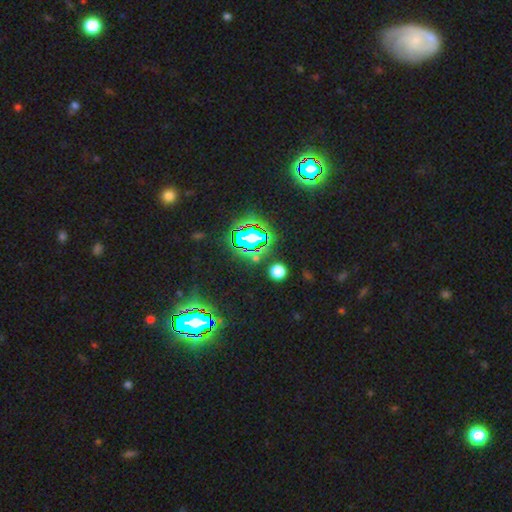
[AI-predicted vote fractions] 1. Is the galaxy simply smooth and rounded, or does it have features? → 72% star or artifact, 19% smooth, 8% featured or disk.